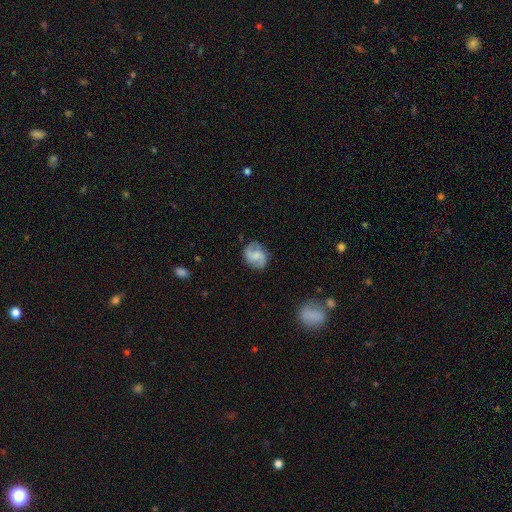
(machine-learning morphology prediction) Smooth or featured: featured or disk — 60% (smooth — 32%)
Edge-on disk: no — 98% (yes — 2%)
Bar: no — 47% (weak — 43%)
Spiral arms: yes — 92% (no — 8%)
Spiral winding: medium — 46% (loose — 34%)
Spiral arm count: 2 — 86% (can't tell — 6%)
Bulge size: none — 34% (small — 32%)
Merging: none — 78% (minor disturbance — 15%)